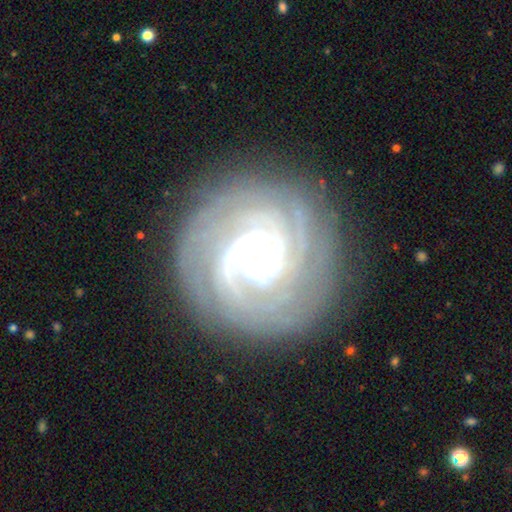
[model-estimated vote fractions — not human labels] Smooth or featured? Predicted: featured or disk (p=0.89). Edge-on disk? Predicted: no (p=0.98). Bar? Predicted: no (p=0.68). Spiral arms? Predicted: yes (p=0.98). Spiral winding? Predicted: tight (p=0.83). Spiral arm count? Predicted: 3 (p=0.24). Bulge size? Predicted: small (p=0.79). Merging? Predicted: none (p=0.82).